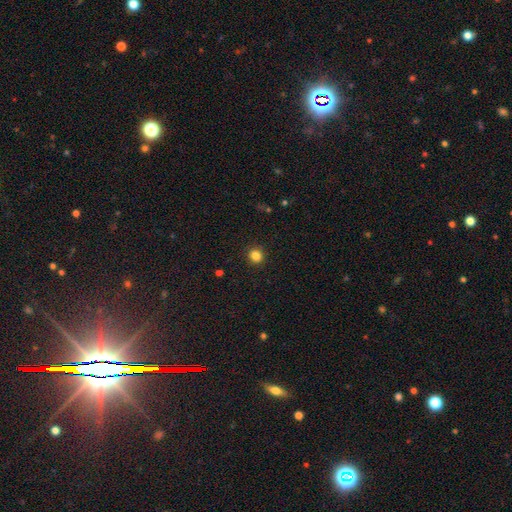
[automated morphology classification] This appears to be a smooth galaxy with no disk features (84%) that is round (86%). Merging: none (91%).